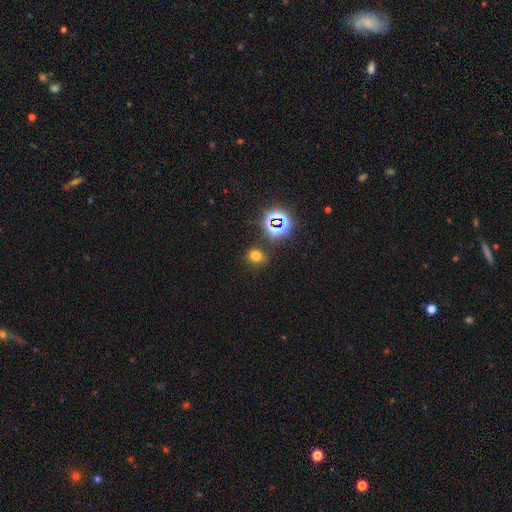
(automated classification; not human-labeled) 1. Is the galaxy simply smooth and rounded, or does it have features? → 68% smooth, 26% star or artifact, 6% featured or disk.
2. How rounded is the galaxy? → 65% round, 34% in between, 1% cigar-shaped.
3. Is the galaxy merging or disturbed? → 82% none, 11% minor disturbance, 4% merger, 4% major disturbance.